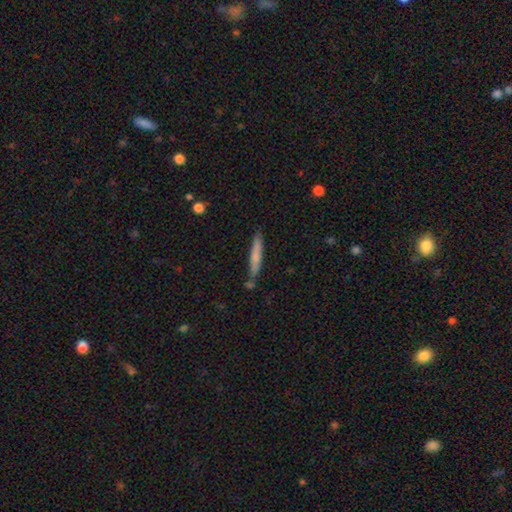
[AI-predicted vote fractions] A smooth galaxy with no disk features (69%) that is cigar-shaped (94%). Merging: none (77%).